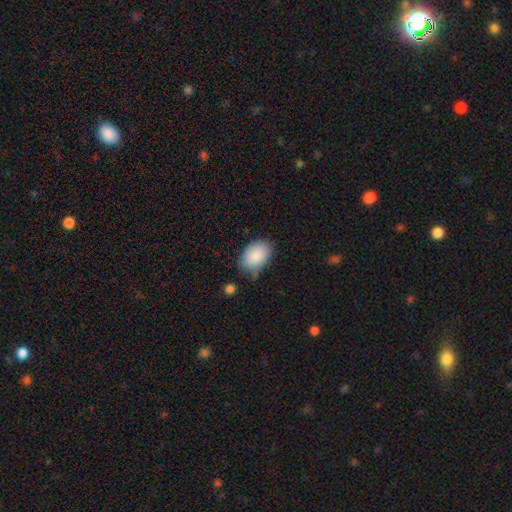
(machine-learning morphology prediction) The model was most divided on "merging": none: 62%, minor disturbance: 29%, major disturbance: 6%, merger: 3%. More confident: smooth or featured — smooth (87%); how rounded — in between (84%).